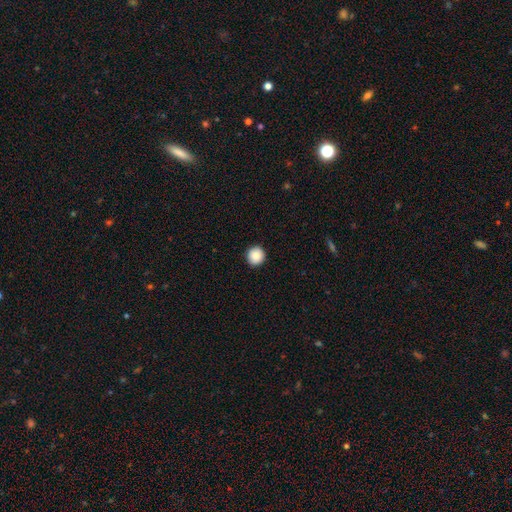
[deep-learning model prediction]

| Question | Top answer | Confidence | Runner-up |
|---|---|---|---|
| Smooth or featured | smooth | 88% | star or artifact (8%) |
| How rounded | round | 93% | in between (6%) |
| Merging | none | 92% | minor disturbance (6%) |